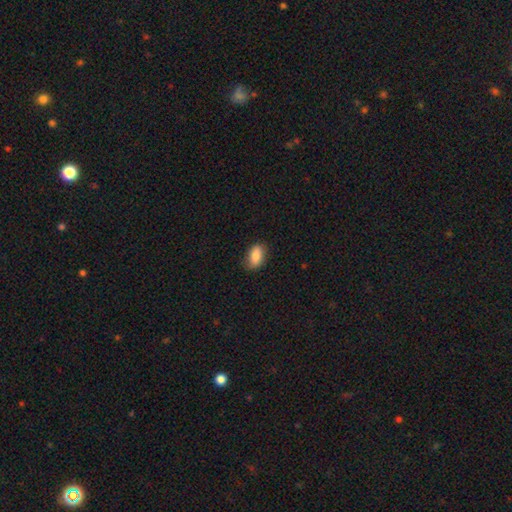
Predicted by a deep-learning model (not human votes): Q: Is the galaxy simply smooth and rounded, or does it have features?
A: smooth — 85%.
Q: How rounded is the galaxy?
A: in between — 89%.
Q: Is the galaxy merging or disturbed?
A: none — 82%.